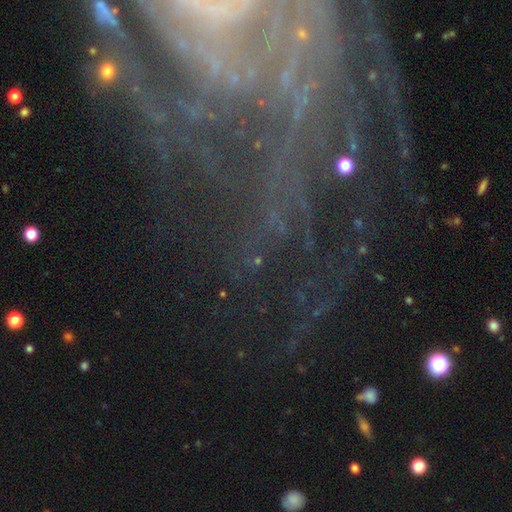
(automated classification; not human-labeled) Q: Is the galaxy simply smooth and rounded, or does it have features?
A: featured or disk — 69%.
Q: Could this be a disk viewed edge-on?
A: no — 93%.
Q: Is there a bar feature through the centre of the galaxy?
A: no — 41%.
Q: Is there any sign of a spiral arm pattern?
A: yes — 91%.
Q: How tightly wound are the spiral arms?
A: tight — 71%.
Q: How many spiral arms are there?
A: can't tell — 25%.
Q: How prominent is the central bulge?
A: small — 67%.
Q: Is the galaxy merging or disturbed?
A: none — 68%.